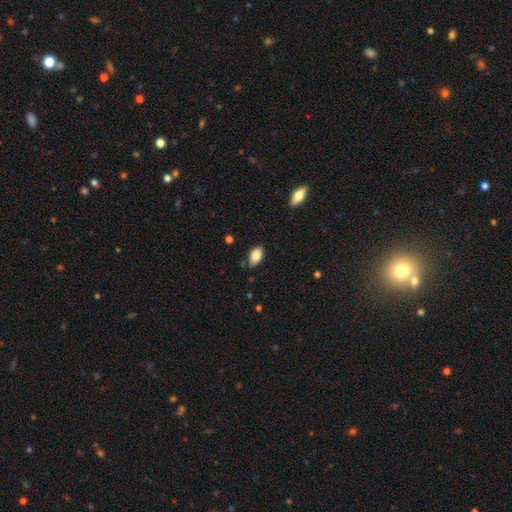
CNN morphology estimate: A smooth galaxy with no disk features (85%) that is in between round and cigar-shaped (92%).

Vote fractions:
- Smooth or featured? smooth: 85% / star or artifact: 8% / featured or disk: 7%
- How rounded? in between: 92% / round: 6% / cigar-shaped: 2%
- Merging? none: 72% / minor disturbance: 22% / major disturbance: 4% / merger: 2%